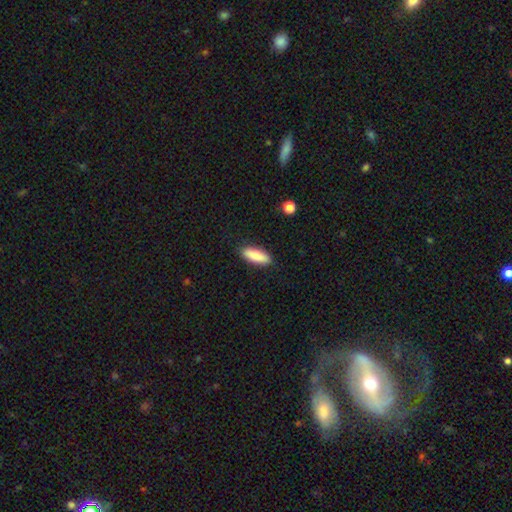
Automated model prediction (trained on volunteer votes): A smooth galaxy with no disk features (86%) that is in between round and cigar-shaped (58%). Merging: none (89%).